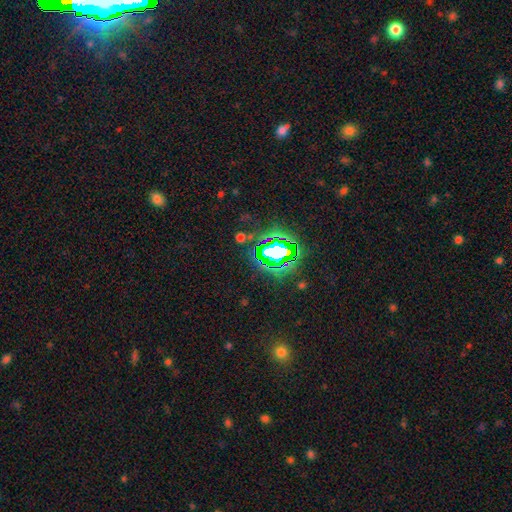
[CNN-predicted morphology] A star or artifact, not a galaxy (79%).

Vote fractions:
- Smooth or featured? star or artifact: 79% / smooth: 13% / featured or disk: 8%